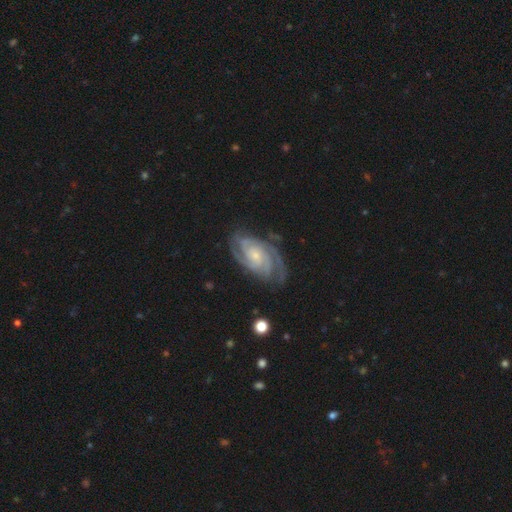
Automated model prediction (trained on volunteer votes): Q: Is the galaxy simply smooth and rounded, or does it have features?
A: featured or disk — 90%.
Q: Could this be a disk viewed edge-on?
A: no — 97%.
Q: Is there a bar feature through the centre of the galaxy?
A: no — 67%.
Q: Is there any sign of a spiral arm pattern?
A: yes — 98%.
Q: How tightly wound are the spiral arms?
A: tight — 68%.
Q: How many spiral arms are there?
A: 3 — 32%.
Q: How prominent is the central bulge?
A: small — 63%.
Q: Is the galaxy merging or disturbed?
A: none — 74%.